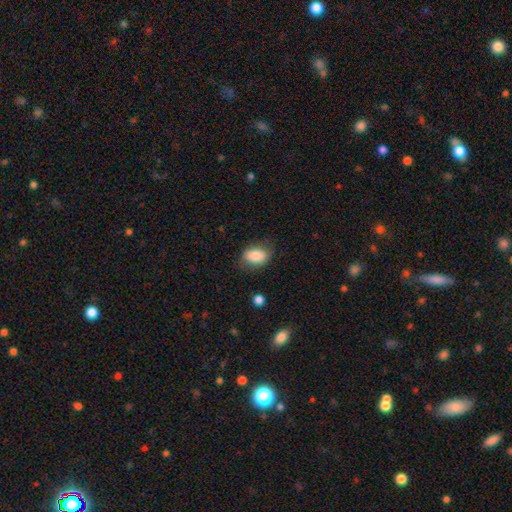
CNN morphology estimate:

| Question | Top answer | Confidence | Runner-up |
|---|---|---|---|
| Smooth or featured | smooth | 83% | featured or disk (10%) |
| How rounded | in between | 83% | round (15%) |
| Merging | none | 74% | minor disturbance (19%) |